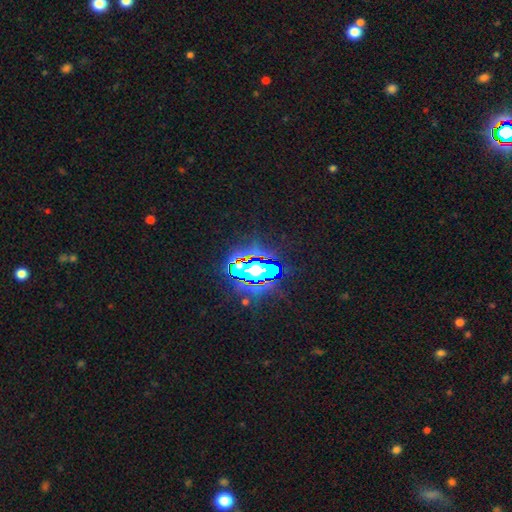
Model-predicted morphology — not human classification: A star or artifact, not a galaxy (83%).

Vote fractions:
- Smooth or featured? star or artifact: 83% / smooth: 9% / featured or disk: 7%